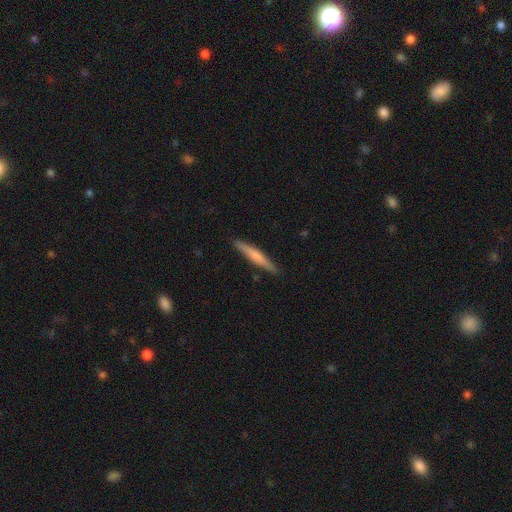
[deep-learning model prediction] Morphology: type=smooth (56%); roundness=cigar-shaped (94%); merging=none (90%).